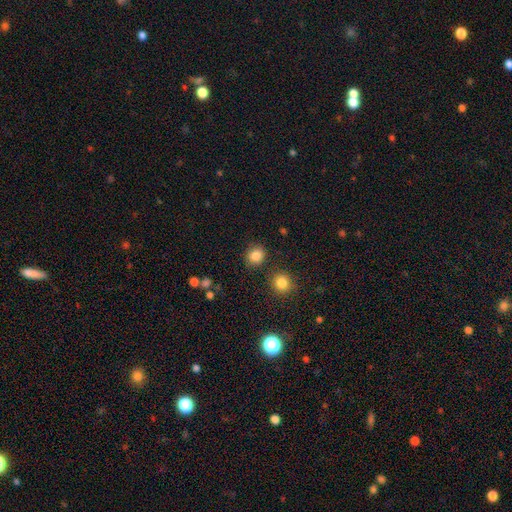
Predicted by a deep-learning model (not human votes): Overall: smooth (85%). How rounded: round (80%). Merging: none (83%).